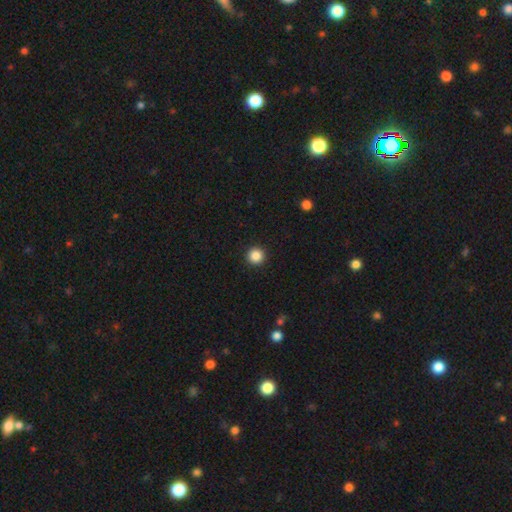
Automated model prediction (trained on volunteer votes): Smooth or featured?
  - smooth: 87% *
  - star or artifact: 10%
  - featured or disk: 3%
How rounded?
  - round: 96% *
  - in between: 3%
  - cigar-shaped: 1%
Merging?
  - none: 93% *
  - minor disturbance: 4%
  - major disturbance: 2%
  - merger: 1%